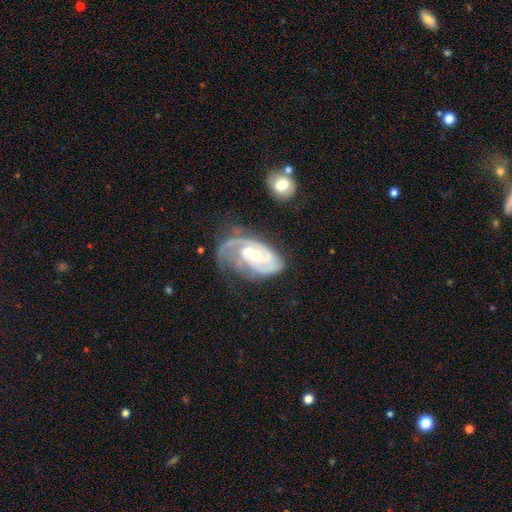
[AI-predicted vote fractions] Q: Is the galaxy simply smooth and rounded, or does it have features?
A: featured or disk — 90%.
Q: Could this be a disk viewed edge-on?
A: no — 97%.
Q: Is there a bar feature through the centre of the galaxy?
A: no — 57%.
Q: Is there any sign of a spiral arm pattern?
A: yes — 97%.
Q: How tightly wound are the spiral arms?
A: tight — 62%.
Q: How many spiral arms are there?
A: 2 — 55%.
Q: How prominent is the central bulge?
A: small — 53%.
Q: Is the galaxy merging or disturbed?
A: none — 47%.